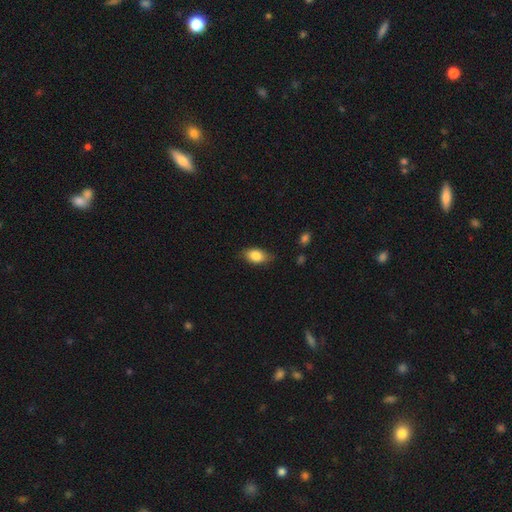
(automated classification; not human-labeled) Q: Smooth or featured?
A: smooth (83%); runner-up: featured or disk (9%)
Q: How rounded?
A: in between (88%); runner-up: round (8%)
Q: Merging?
A: none (77%); runner-up: minor disturbance (19%)